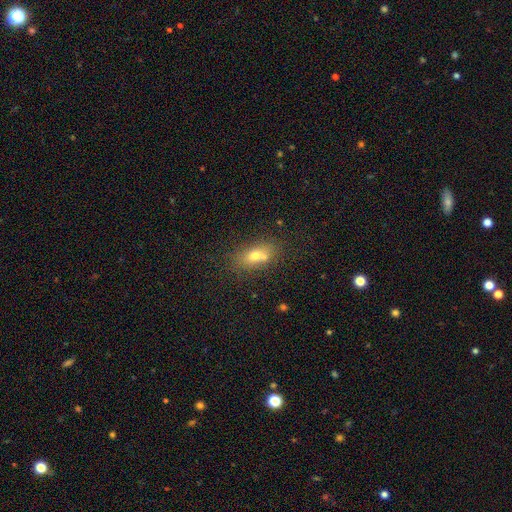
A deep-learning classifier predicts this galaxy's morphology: type=smooth (67%); roundness=in between (74%); merging=none (48%).